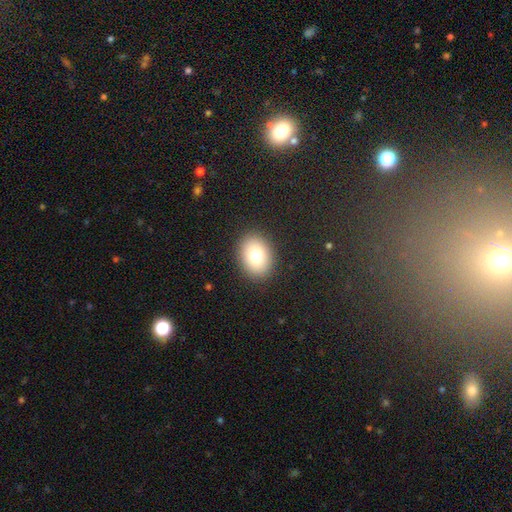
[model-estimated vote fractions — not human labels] Smooth or featured? smooth (78%)
How rounded? in between (62%)
Merging? none (89%)